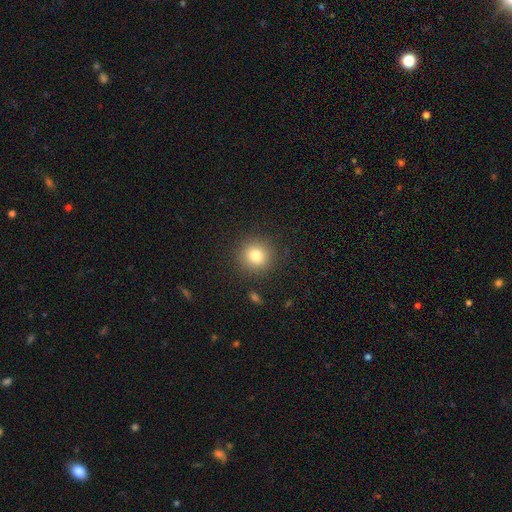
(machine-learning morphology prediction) A smooth galaxy with no disk features (81%) that is round (91%). Merging: none (89%).